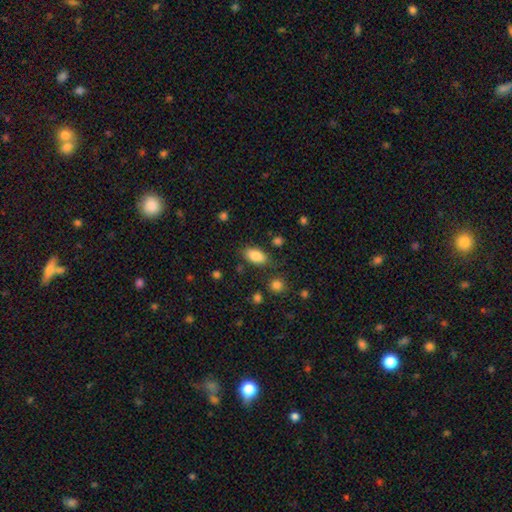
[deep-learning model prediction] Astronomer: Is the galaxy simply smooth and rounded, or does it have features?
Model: smooth — 86%.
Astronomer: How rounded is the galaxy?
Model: in between — 92%.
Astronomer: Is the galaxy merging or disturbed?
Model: none — 79%.